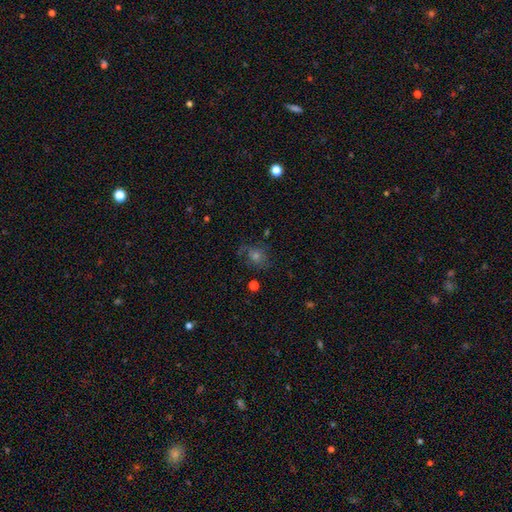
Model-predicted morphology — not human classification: Q: Smooth or featured?
A: smooth (37%); runner-up: featured or disk (36%)
Q: Merging?
A: none (68%); runner-up: minor disturbance (18%)